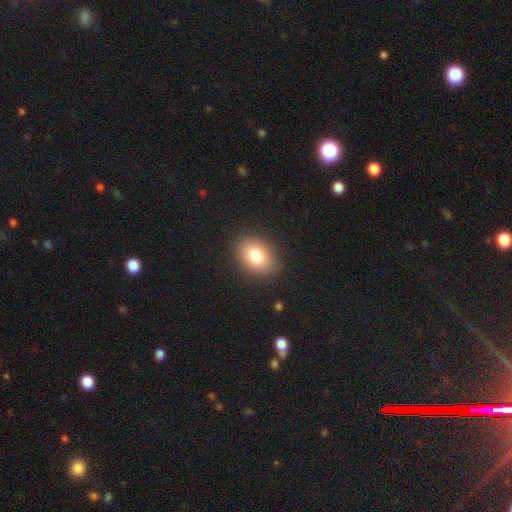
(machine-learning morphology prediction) Overall: smooth (79%). How rounded: in between (70%). Merging: none (88%).